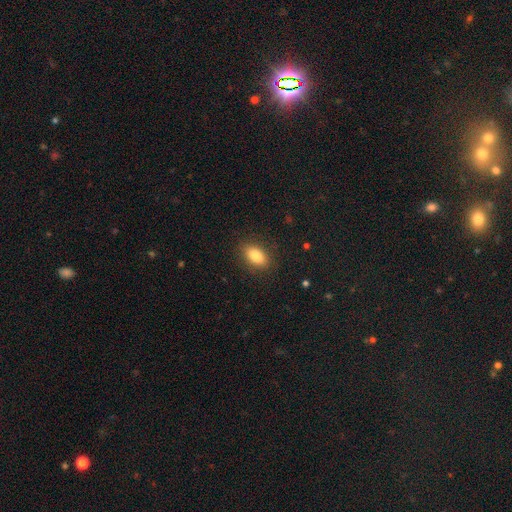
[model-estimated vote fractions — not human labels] smooth_or_featured: smooth (p=0.82) [alt: featured or disk p=0.10]
how_rounded: in between (p=0.87) [alt: round p=0.08]
merging: none (p=0.88) [alt: minor disturbance p=0.09]